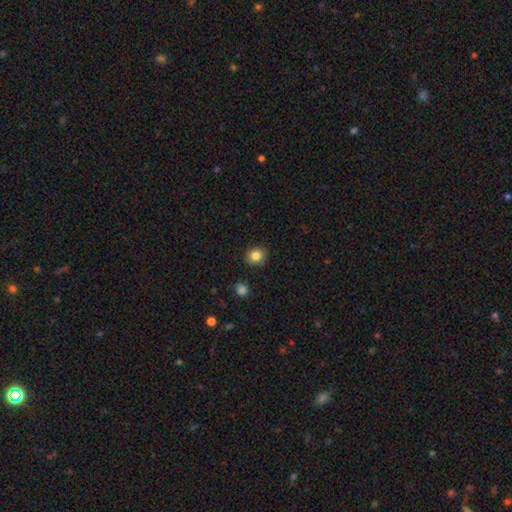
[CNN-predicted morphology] smooth 84%, star or artifact 10%, featured or disk 5%. Down the decision tree: how rounded — round (76%); merging — none (87%).